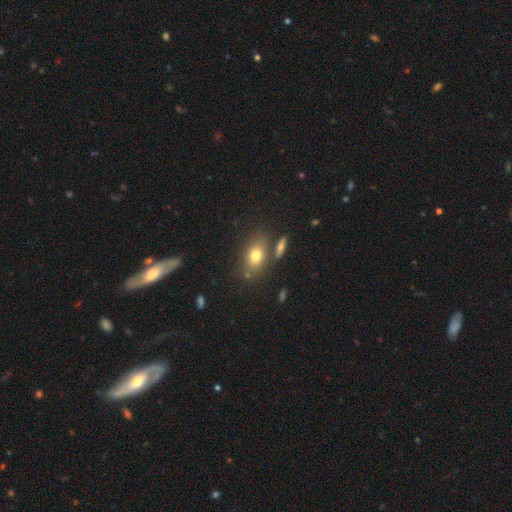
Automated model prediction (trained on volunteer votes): Smooth or featured? Predicted: smooth (p=0.76). How rounded? Predicted: in between (p=0.75). Merging? Predicted: none (p=0.70).